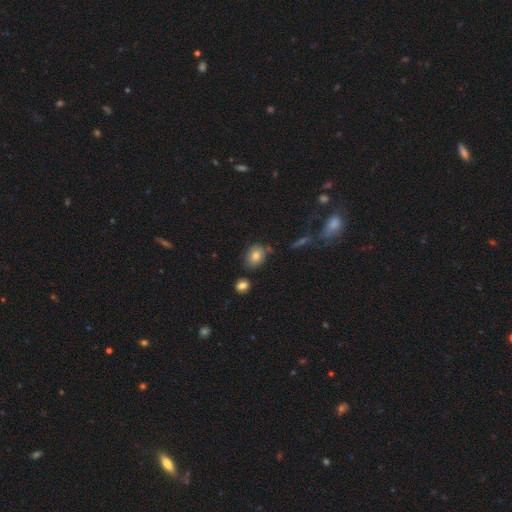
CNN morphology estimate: The model was most divided on "how rounded": in between: 59%, round: 39%, cigar-shaped: 1%. More confident: smooth or featured — smooth (80%); merging — none (74%).